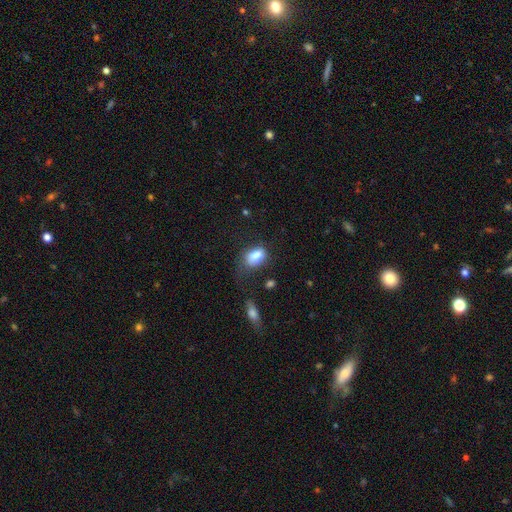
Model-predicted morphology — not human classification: Overall: smooth (83%). How rounded: in between (83%). Merging: none (50%; minor disturbance 28%).